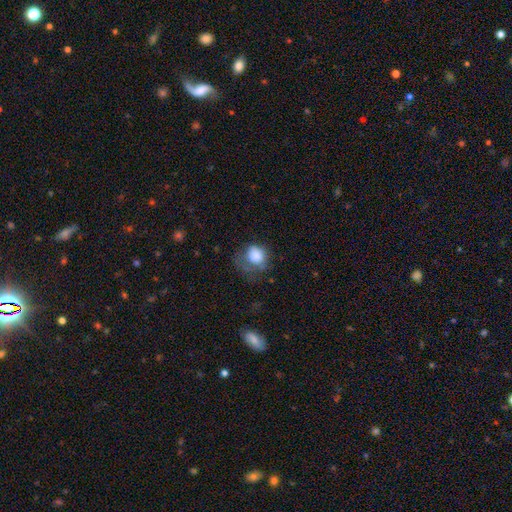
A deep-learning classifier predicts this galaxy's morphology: This is likely a smooth galaxy (77%). How rounded: likely round (65%). Merging: marginally major disturbance (37%).